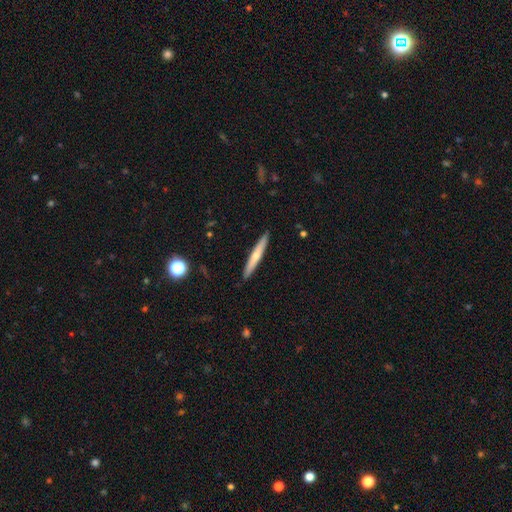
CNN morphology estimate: A smooth galaxy with no disk features (53%) that is cigar-shaped (95%).

Vote fractions:
- Smooth or featured? smooth: 53% / featured or disk: 42% / star or artifact: 5%
- How rounded? cigar-shaped: 95% / in between: 4% / round: 1%
- Merging? none: 91% / minor disturbance: 6% / major disturbance: 1% / merger: 1%